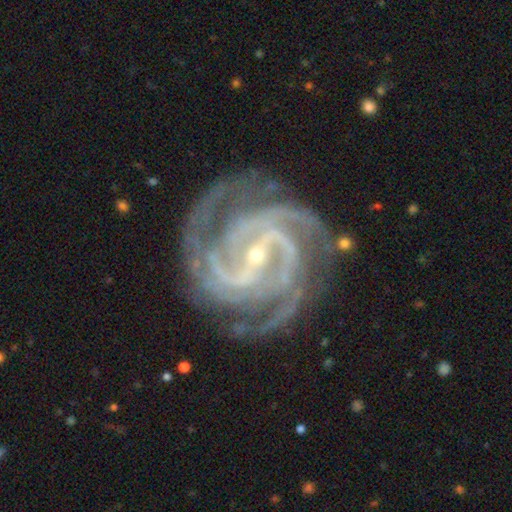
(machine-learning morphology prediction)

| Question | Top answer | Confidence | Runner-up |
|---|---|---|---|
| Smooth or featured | featured or disk | 94% | star or artifact (4%) |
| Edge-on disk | no | 98% | yes (2%) |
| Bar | strong | 55% | weak (32%) |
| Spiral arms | yes | 99% | no (1%) |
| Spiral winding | tight | 58% | medium (38%) |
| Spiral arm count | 3 | 32% | 4 (28%) |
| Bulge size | small | 79% | moderate (18%) |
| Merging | none | 77% | minor disturbance (15%) |